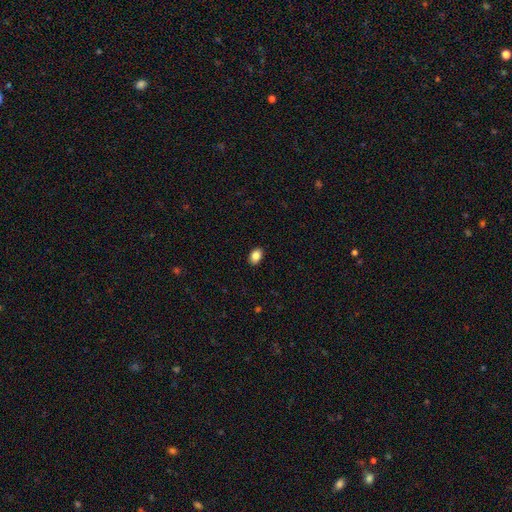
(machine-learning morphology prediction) type=smooth (86%); roundness=in between (81%); merging=none (89%).